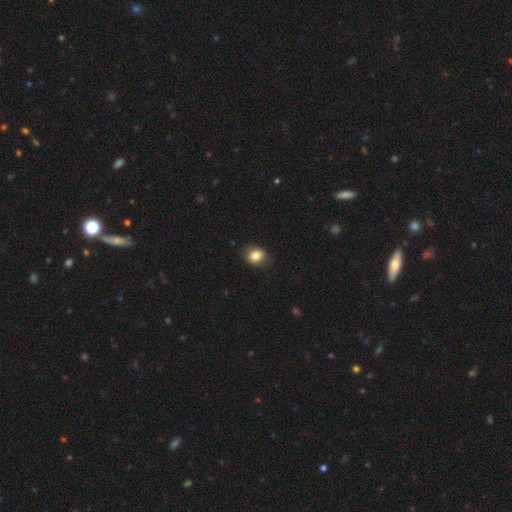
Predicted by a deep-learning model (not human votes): smooth-or-featured: smooth: 83% | star or artifact: 9% | featured or disk: 8%
  how-rounded: round: 53% | in between: 46% | cigar-shaped: 1%
  merging: none: 82% | minor disturbance: 14% | major disturbance: 3% | merger: 1%